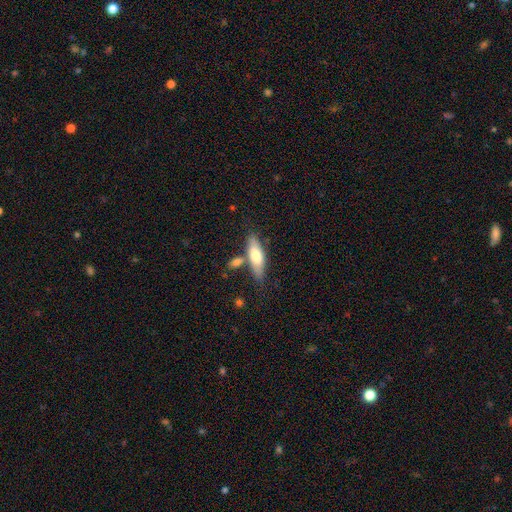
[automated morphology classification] Smooth or featured?
  - smooth: 68% *
  - featured or disk: 26%
  - star or artifact: 6%
How rounded?
  - in between: 52% *
  - cigar-shaped: 45%
  - round: 2%
Merging?
  - none: 61% *
  - merger: 18%
  - minor disturbance: 17%
  - major disturbance: 5%